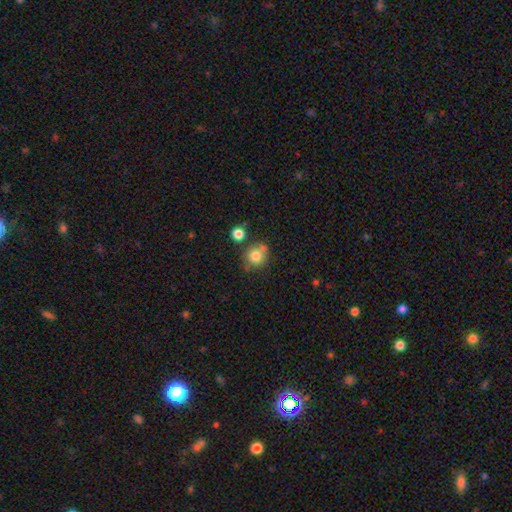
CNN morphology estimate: type=smooth (78%); roundness=round (85%); merging=none (61%).